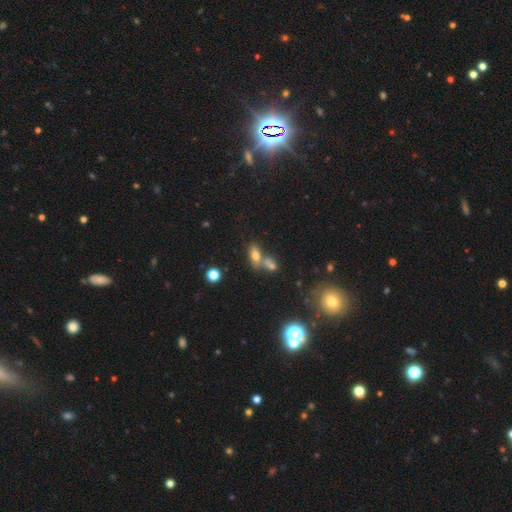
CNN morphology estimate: Smooth or featured? smooth (67%)
How rounded? in between (78%)
Merging? none (45%)